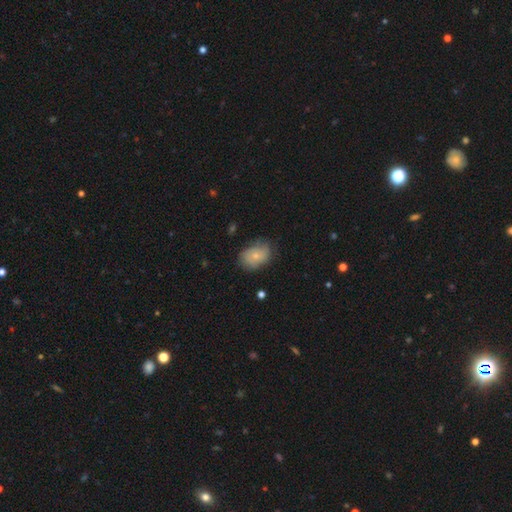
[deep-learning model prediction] smooth-or-featured: smooth: 65% | featured or disk: 27% | star or artifact: 8%
  how-rounded: in between: 72% | round: 27% | cigar-shaped: 1%
  merging: none: 64% | minor disturbance: 27% | major disturbance: 8% | merger: 1%